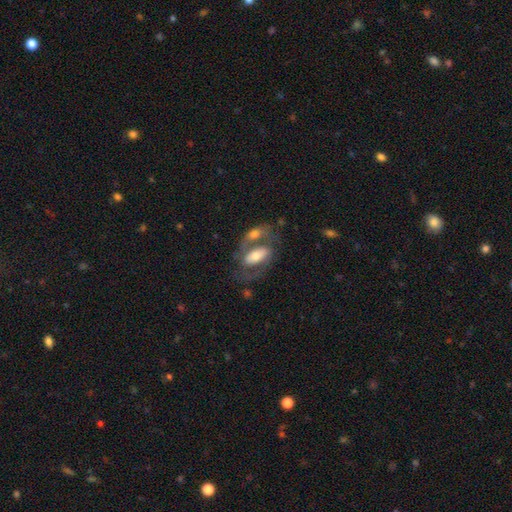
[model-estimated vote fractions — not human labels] The model was most divided on "bar": no: 37%, strong: 34%, weak: 29%. Remaining: edge-on disk — no (92%); spiral arms — yes (67%); smooth or featured — featured or disk (59%); bulge size — moderate (52%); merging — merger (39%).